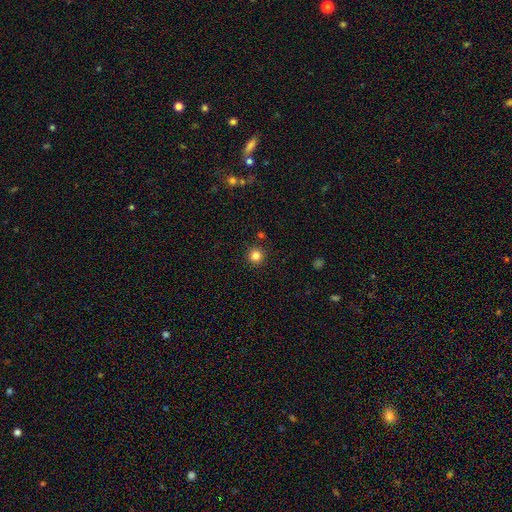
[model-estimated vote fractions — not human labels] Morphology: type=smooth (82%); roundness=round (96%); merging=none (91%).